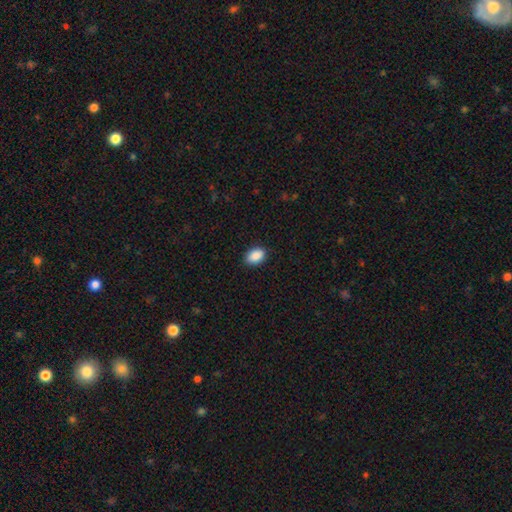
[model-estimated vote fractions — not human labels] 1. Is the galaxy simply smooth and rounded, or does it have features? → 90% smooth, 7% star or artifact, 3% featured or disk.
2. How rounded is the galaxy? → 85% in between, 13% round, 1% cigar-shaped.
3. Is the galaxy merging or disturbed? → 89% none, 8% minor disturbance, 2% major disturbance, 1% merger.